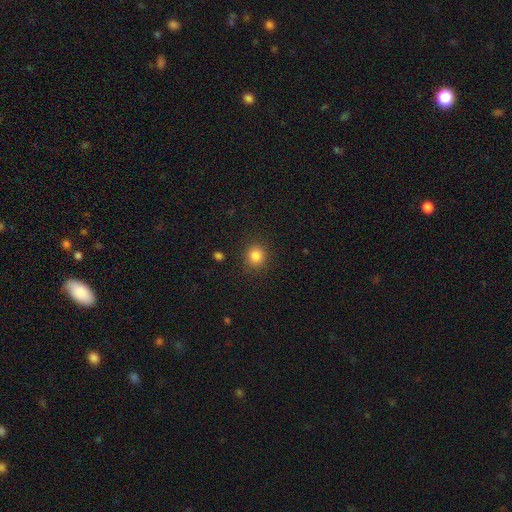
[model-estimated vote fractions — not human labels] This is clearly a smooth galaxy (84%). How rounded: clearly round (87%). Merging: clearly none (88%).